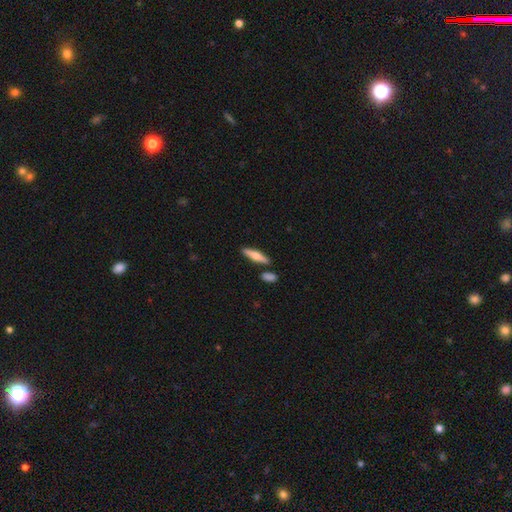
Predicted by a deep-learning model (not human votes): A smooth galaxy with no disk features (52%) that is cigar-shaped (76%).

Vote fractions:
- Smooth or featured? smooth: 52% / featured or disk: 42% / star or artifact: 6%
- How rounded? cigar-shaped: 76% / in between: 21% / round: 2%
- Merging? none: 83% / minor disturbance: 9% / merger: 6% / major disturbance: 2%